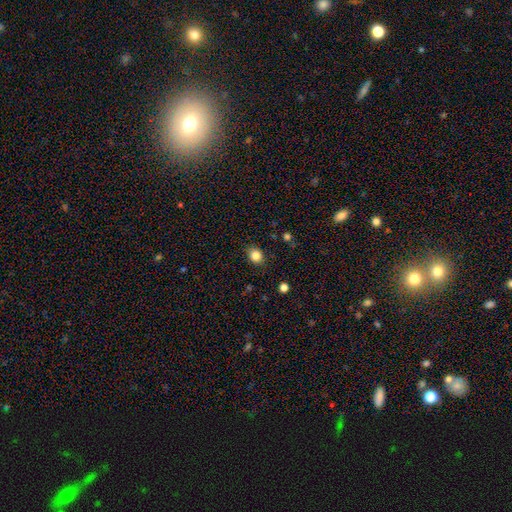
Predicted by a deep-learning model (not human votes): Morphology: type=smooth (85%); roundness=round (66%); merging=none (86%).